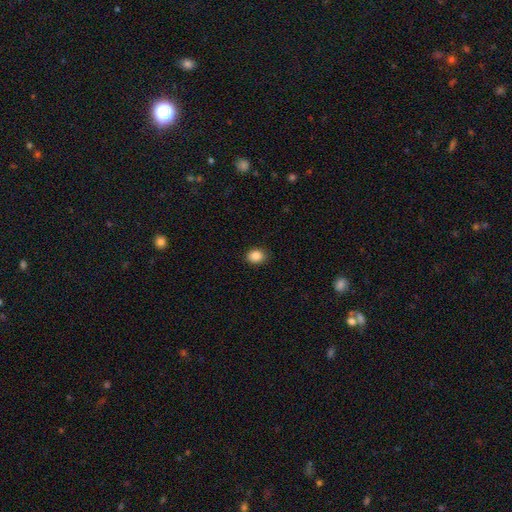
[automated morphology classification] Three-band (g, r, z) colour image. It shows a smooth galaxy with no disk features (87%) that is round (52%). Merging: none (89%).